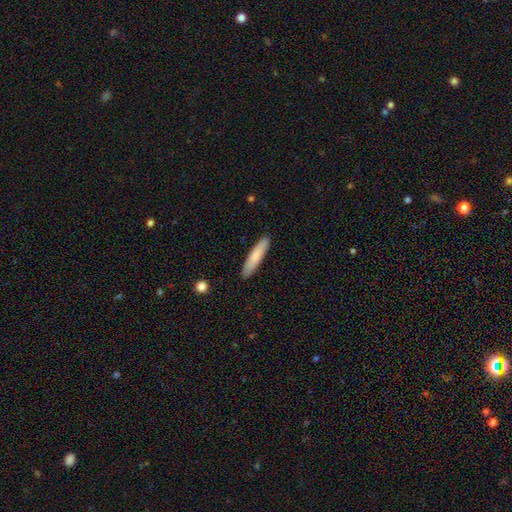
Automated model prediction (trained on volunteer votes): A smooth galaxy with no disk features (78%) that is cigar-shaped (85%). Merging: none (90%).